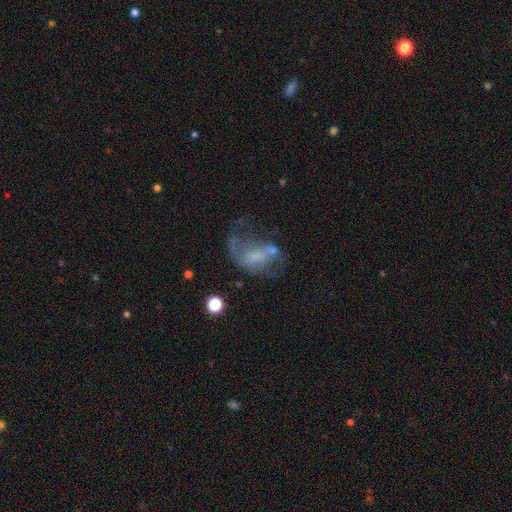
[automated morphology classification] A featured or disk galaxy (56%) with no bar (64%), no spiral arms (54%) and no central bulge (41%).

Vote fractions:
- Smooth or featured? featured or disk: 56% / smooth: 31% / star or artifact: 14%
- Edge-on disk? no: 96% / yes: 4%
- Bar? no: 64% / weak: 29% / strong: 8%
- Spiral arms? no: 54% / yes: 46%
- Bulge size? none: 41% / small: 31% / moderate: 22% / large: 5% / dominant: 2%
- Merging? major disturbance: 39% / none: 28% / minor disturbance: 18% / merger: 15%